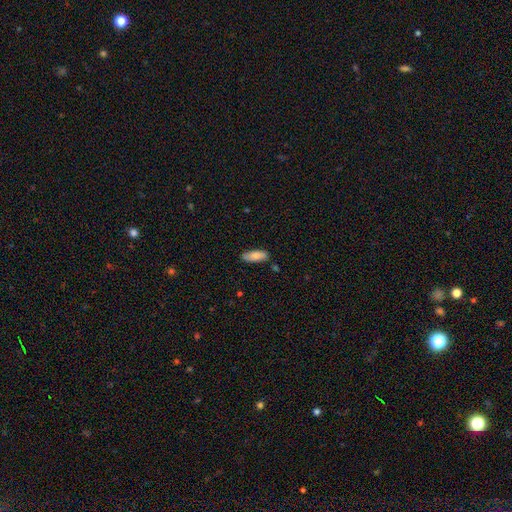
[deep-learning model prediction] Overall: smooth (83%). How rounded: in between (71%). Merging: none (82%).